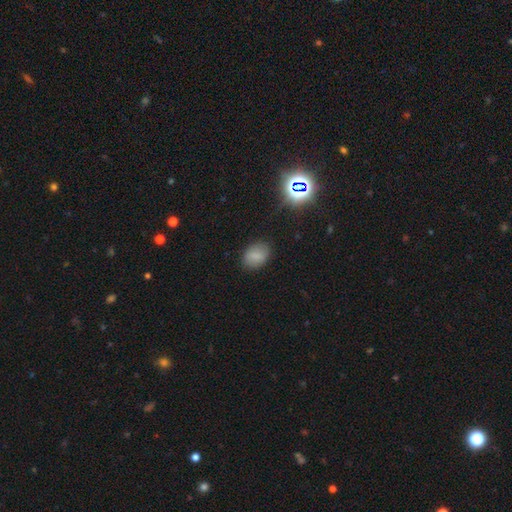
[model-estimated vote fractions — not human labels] A smooth galaxy with no disk features (77%) that is in between round and cigar-shaped (75%).

Vote fractions:
- Smooth or featured? smooth: 77% / star or artifact: 14% / featured or disk: 9%
- How rounded? in between: 75% / round: 24% / cigar-shaped: 1%
- Merging? none: 83% / minor disturbance: 13% / major disturbance: 3% / merger: 1%